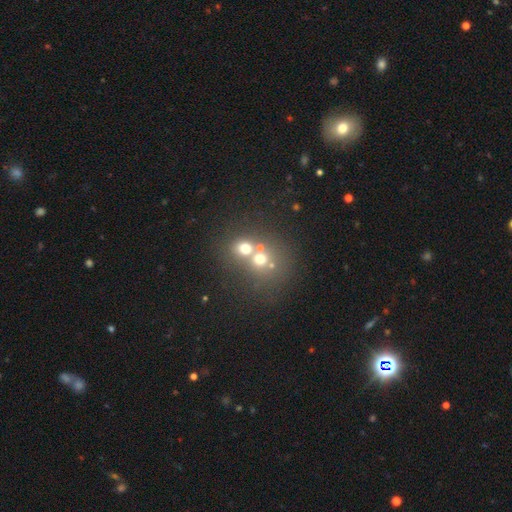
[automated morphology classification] Overall: smooth (53%; star or artifact 25%). How rounded: round (76%). Merging: merger (55%; none 35%).